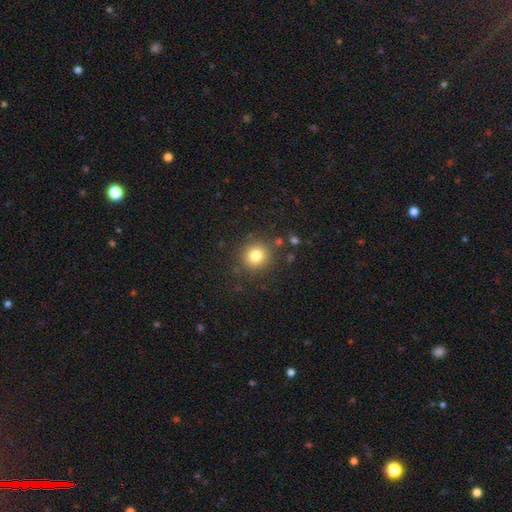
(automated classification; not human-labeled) smooth 80%, star or artifact 13%, featured or disk 7%. Down the decision tree: how rounded — round (91%); merging — none (87%).